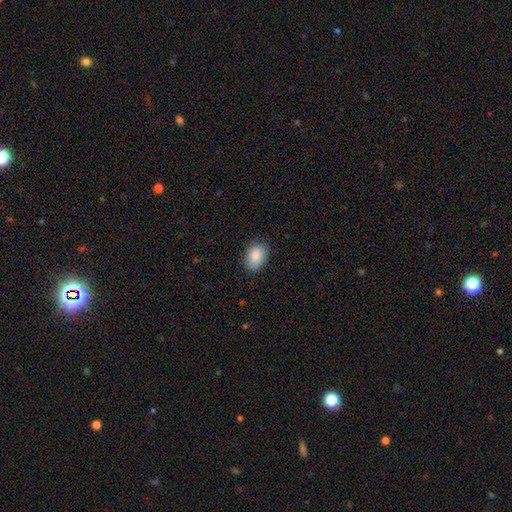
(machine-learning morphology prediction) Smooth or featured: smooth — 86% (star or artifact — 7%)
How rounded: in between — 77% (round — 22%)
Merging: none — 82% (minor disturbance — 14%)